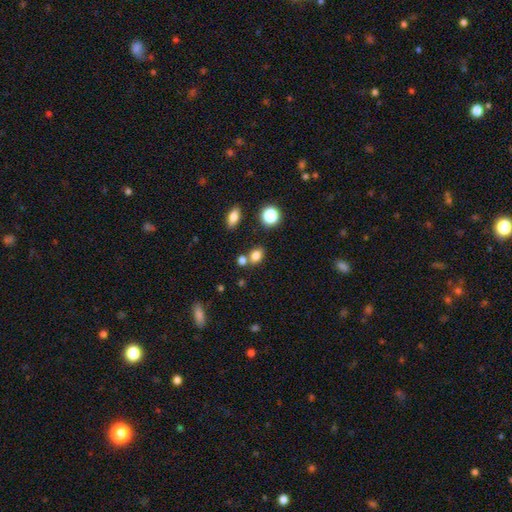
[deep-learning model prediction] Morphology: type=smooth (80%); roundness=in between (59%); merging=none (63%).